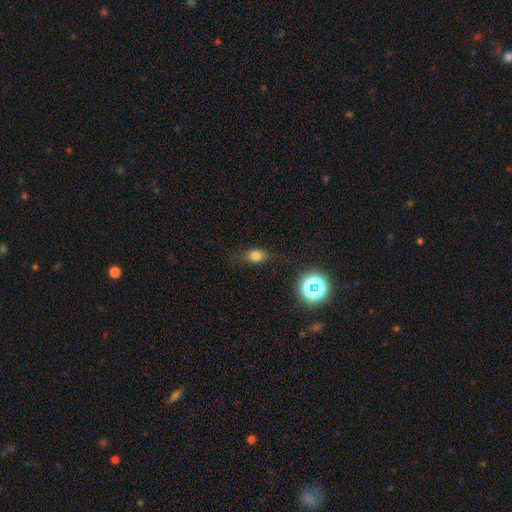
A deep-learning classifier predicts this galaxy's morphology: smooth 75%, star or artifact 16%, featured or disk 9%. Down the decision tree: how rounded — in between (77%); merging — none (74%).